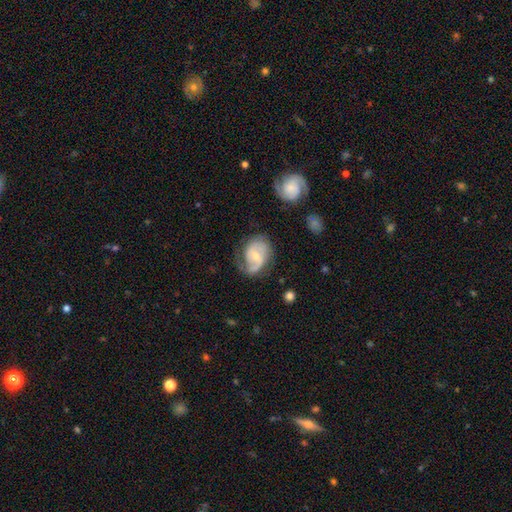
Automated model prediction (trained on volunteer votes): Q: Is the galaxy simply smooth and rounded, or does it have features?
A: featured or disk — 76%.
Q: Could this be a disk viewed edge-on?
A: no — 97%.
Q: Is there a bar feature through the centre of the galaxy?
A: no — 46%.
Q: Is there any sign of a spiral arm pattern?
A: yes — 92%.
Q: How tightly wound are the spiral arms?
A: medium — 45%.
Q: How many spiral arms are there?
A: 2 — 57%.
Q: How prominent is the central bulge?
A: small — 49%.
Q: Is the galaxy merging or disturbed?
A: none — 55%.